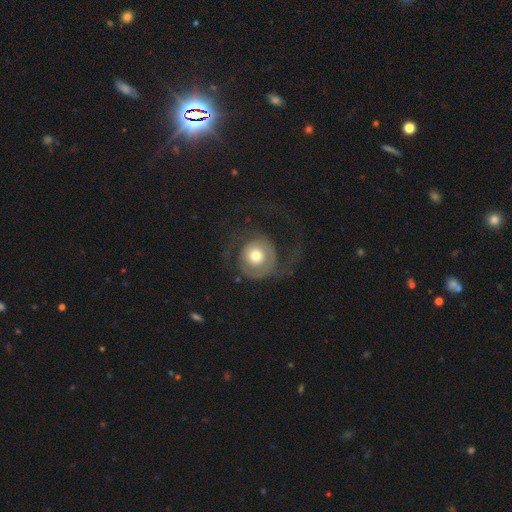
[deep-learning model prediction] A featured or disk galaxy (59%) with no bar (83%), spiral arms (70%) and a moderate central bulge (64%).

Vote fractions:
- Smooth or featured? featured or disk: 59% / smooth: 34% / star or artifact: 6%
- Edge-on disk? no: 97% / yes: 3%
- Bar? no: 83% / weak: 13% / strong: 4%
- Spiral arms? yes: 70% / no: 30%
- Bulge size? moderate: 64% / large: 21% / small: 10% / dominant: 4% / none: 1%
- Merging? none: 44% / major disturbance: 39% / minor disturbance: 15% / merger: 2%